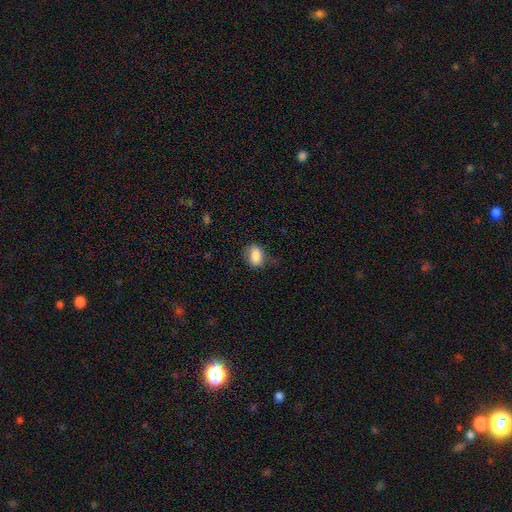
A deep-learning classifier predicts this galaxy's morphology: smooth-or-featured: smooth: 87% | star or artifact: 8% | featured or disk: 6%
  how-rounded: in between: 78% | round: 20% | cigar-shaped: 1%
  merging: none: 68% | minor disturbance: 24% | major disturbance: 7% | merger: 1%